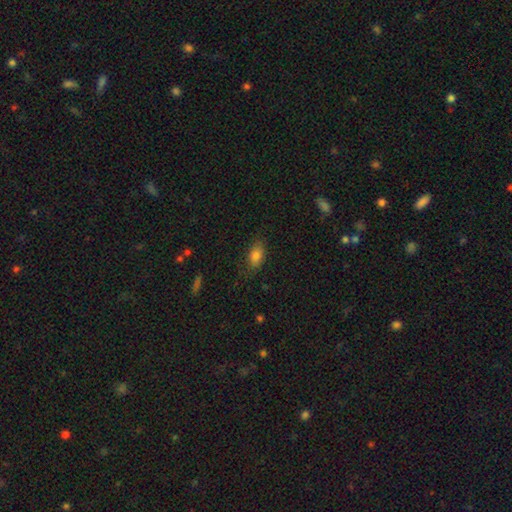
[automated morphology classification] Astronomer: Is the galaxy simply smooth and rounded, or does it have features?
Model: smooth — 81%.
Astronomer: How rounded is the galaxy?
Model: in between — 87%.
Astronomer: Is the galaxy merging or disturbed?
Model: none — 76%.